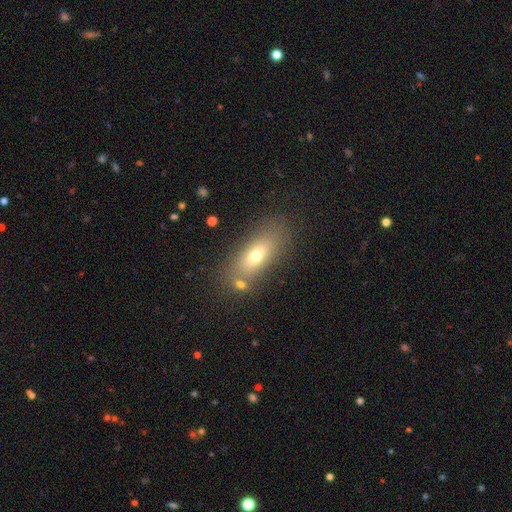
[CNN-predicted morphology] This appears to be a smooth galaxy with no disk features (68%) that is in between round and cigar-shaped (71%). Merging: none (74%).